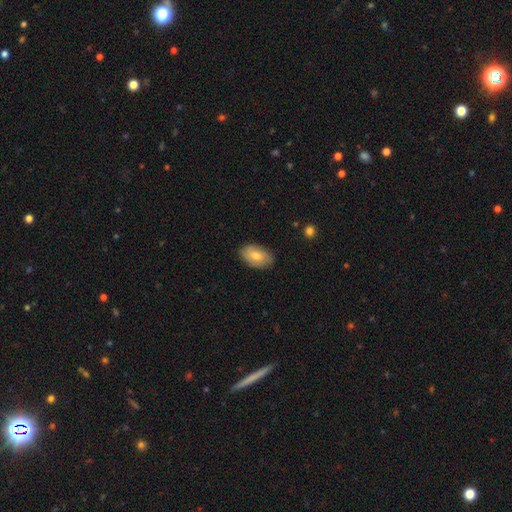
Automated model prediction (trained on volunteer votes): Overall: smooth (78%). How rounded: in between (92%). Merging: none (82%).